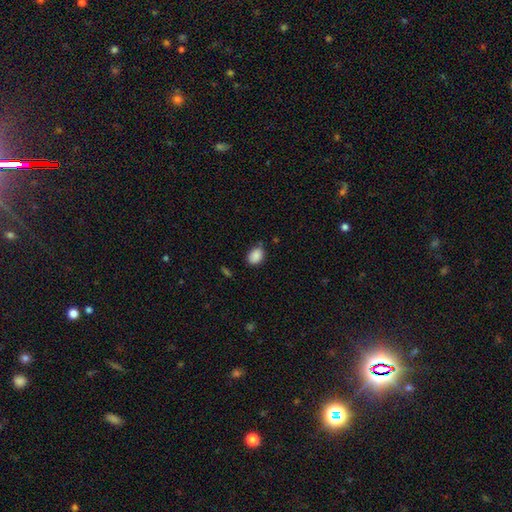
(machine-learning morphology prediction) A smooth galaxy with no disk features (89%) that is in between round and cigar-shaped (72%).

Vote fractions:
- Smooth or featured? smooth: 89% / star or artifact: 8% / featured or disk: 3%
- How rounded? in between: 72% / round: 27% / cigar-shaped: 1%
- Merging? none: 76% / minor disturbance: 18% / major disturbance: 3% / merger: 3%